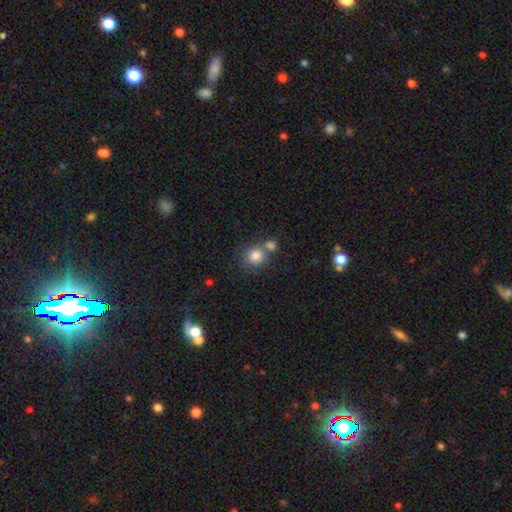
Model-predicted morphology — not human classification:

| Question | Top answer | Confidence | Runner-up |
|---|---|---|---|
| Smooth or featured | smooth | 82% | star or artifact (10%) |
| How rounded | round | 88% | in between (11%) |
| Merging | none | 53% | merger (33%) |